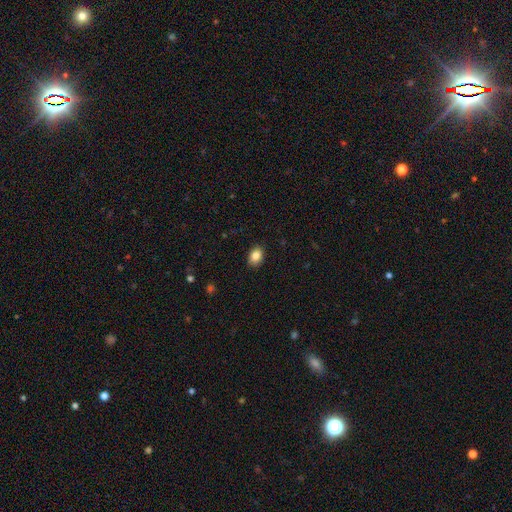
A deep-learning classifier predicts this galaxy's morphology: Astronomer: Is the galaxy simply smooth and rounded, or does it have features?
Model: smooth — 86%.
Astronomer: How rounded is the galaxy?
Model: in between — 75%.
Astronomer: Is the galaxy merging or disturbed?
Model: none — 88%.